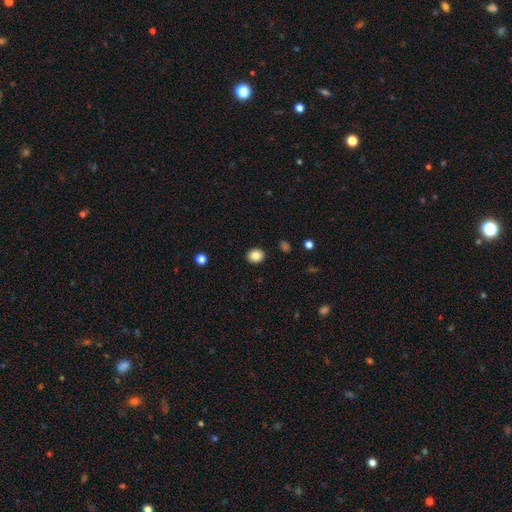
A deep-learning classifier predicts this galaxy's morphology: The model was most divided on "how rounded": round: 68%, in between: 31%, cigar-shaped: 1%. More confident: merging — none (91%); smooth or featured — smooth (85%).